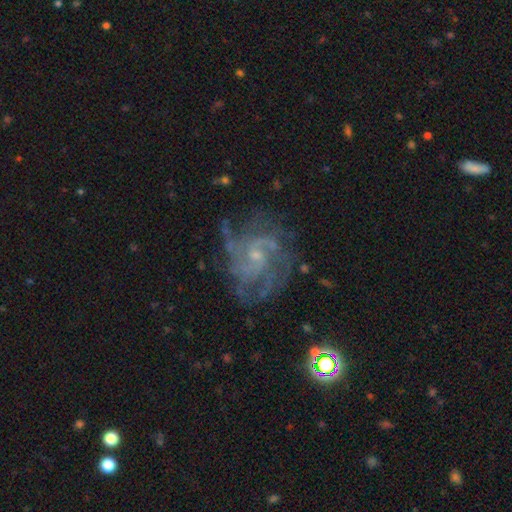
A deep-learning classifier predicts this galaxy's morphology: Q: Smooth or featured?
A: featured or disk (84%); runner-up: star or artifact (10%)
Q: Edge-on disk?
A: no (98%); runner-up: yes (2%)
Q: Bar?
A: no (61%); runner-up: weak (33%)
Q: Spiral arms?
A: yes (95%); runner-up: no (5%)
Q: Spiral winding?
A: medium (47%); runner-up: tight (39%)
Q: Spiral arm count?
A: can't tell (25%); runner-up: 3 (24%)
Q: Bulge size?
A: small (72%); runner-up: moderate (19%)
Q: Merging?
A: none (68%); runner-up: minor disturbance (18%)